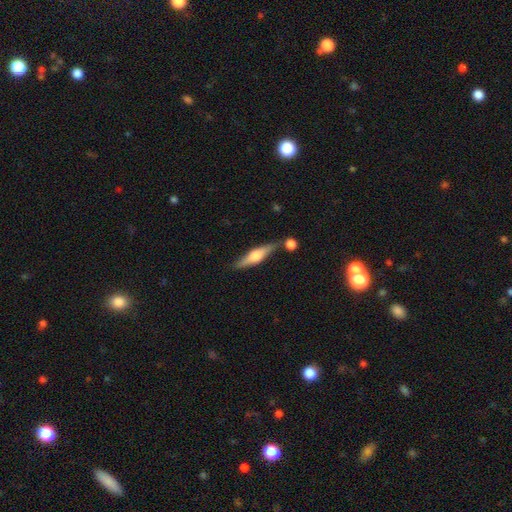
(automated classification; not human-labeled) Smooth or featured?
  - featured or disk: 59% *
  - smooth: 35%
  - star or artifact: 6%
Edge-on disk?
  - yes: 94% *
  - no: 6%
Edge-on bulge?
  - rounded: 89% *
  - boxy: 8%
  - none: 3%
Merging?
  - none: 71% *
  - minor disturbance: 14%
  - merger: 12%
  - major disturbance: 4%